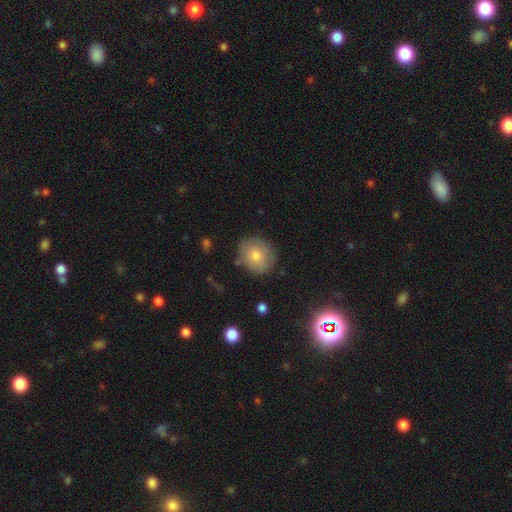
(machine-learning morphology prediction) smooth 70%, featured or disk 17%, star or artifact 12%. Down the decision tree: how rounded — round (82%); merging — none (82%).